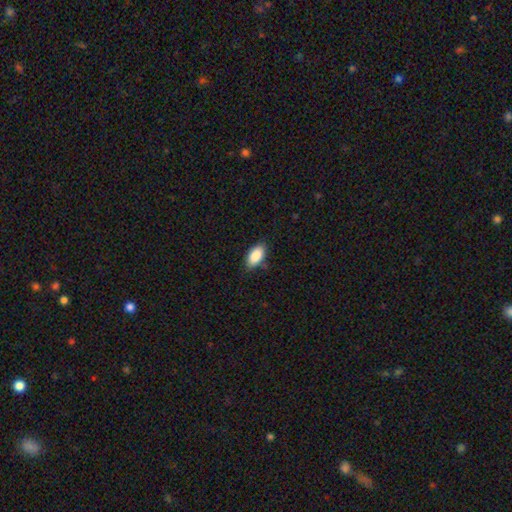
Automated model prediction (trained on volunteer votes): Smooth or featured? smooth (88%)
How rounded? in between (93%)
Merging? none (82%)